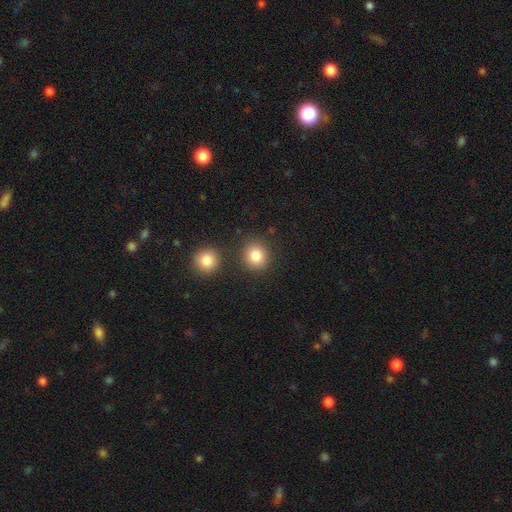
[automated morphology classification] Overall: smooth (84%). How rounded: round (86%). Merging: none (81%).